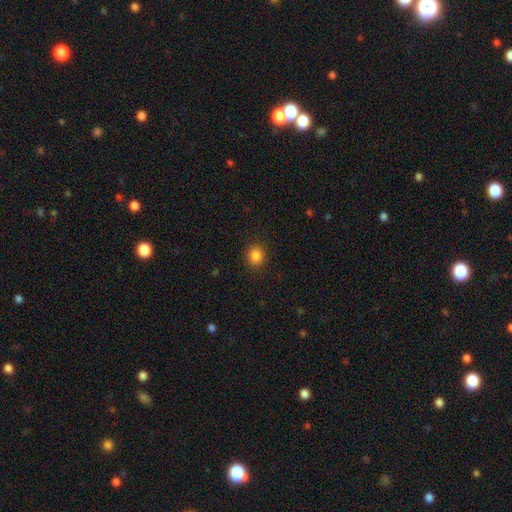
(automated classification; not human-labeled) The model was most divided on "how rounded": round: 76%, in between: 23%, cigar-shaped: 1%. More confident: merging — none (90%); smooth or featured — smooth (85%).